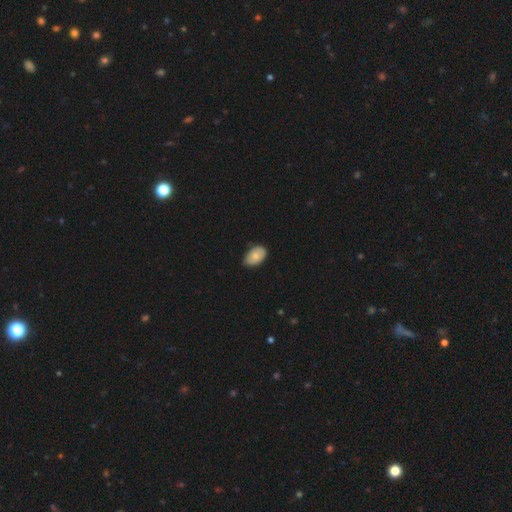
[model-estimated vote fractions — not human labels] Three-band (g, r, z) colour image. It shows a smooth galaxy with no disk features (79%) that is in between round and cigar-shaped (92%). Merging: none (76%).